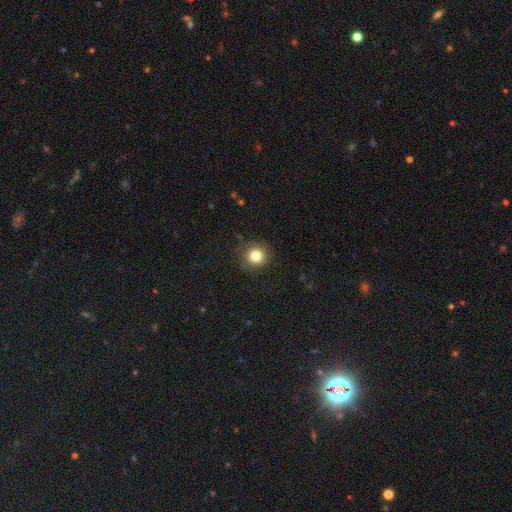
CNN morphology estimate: smooth-or-featured: smooth: 83% | star or artifact: 11% | featured or disk: 6%
  how-rounded: round: 93% | in between: 6% | cigar-shaped: 1%
  merging: none: 86% | minor disturbance: 9% | major disturbance: 3% | merger: 1%